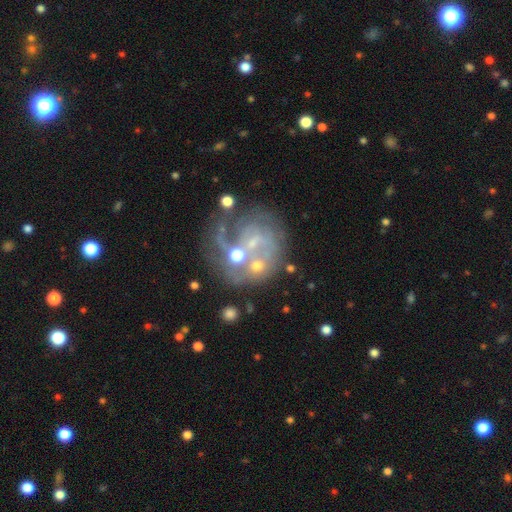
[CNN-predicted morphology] A featured or disk galaxy (73%) with no bar (67%), spiral arms (65%) and a small central bulge (47%). Merging: none (39%).